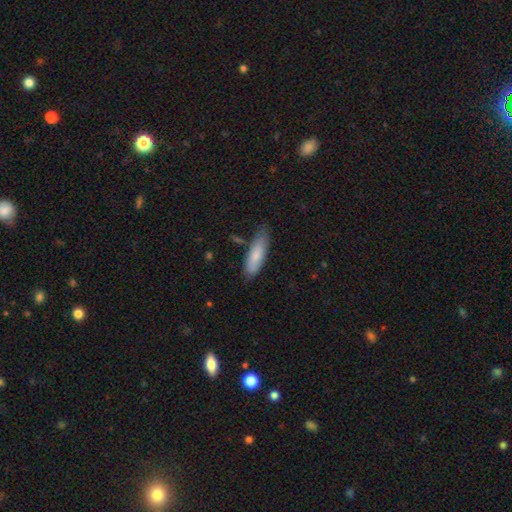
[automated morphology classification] Smooth or featured: smooth — 79% (featured or disk — 15%)
How rounded: in between — 53% (cigar-shaped — 46%)
Merging: none — 70% (minor disturbance — 23%)